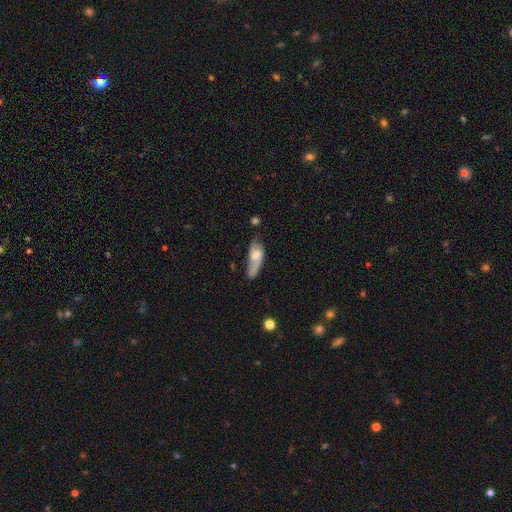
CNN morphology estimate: Q: Smooth or featured?
A: smooth (48%); runner-up: featured or disk (44%)
Q: Merging?
A: none (36%); runner-up: minor disturbance (31%)